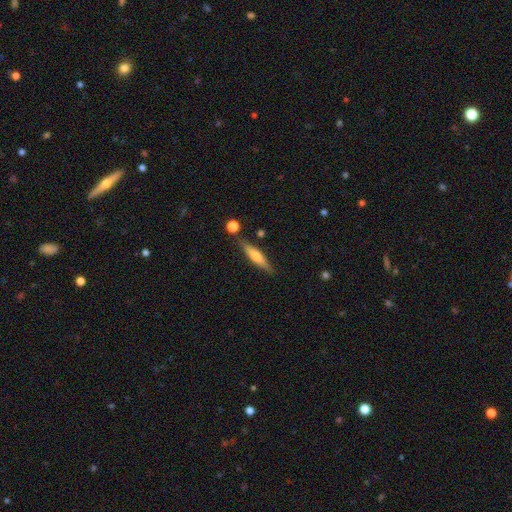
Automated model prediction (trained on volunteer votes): Smooth or featured?
  - smooth: 51% *
  - featured or disk: 42%
  - star or artifact: 7%
How rounded?
  - cigar-shaped: 81% *
  - in between: 17%
  - round: 2%
Merging?
  - none: 82% *
  - minor disturbance: 11%
  - merger: 4%
  - major disturbance: 3%